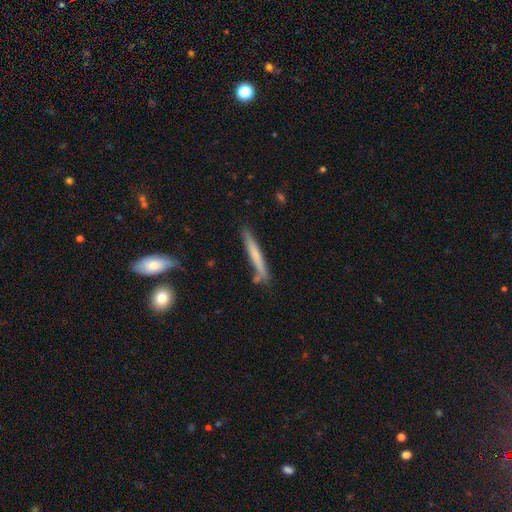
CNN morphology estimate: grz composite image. It shows a smooth galaxy with no disk features (58%) that is cigar-shaped (96%). Merging: none (78%).